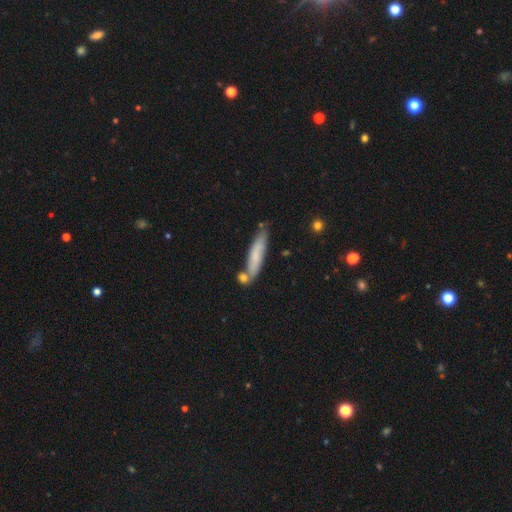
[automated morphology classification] Smooth or featured? smooth (65%)
How rounded? cigar-shaped (84%)
Merging? none (66%)